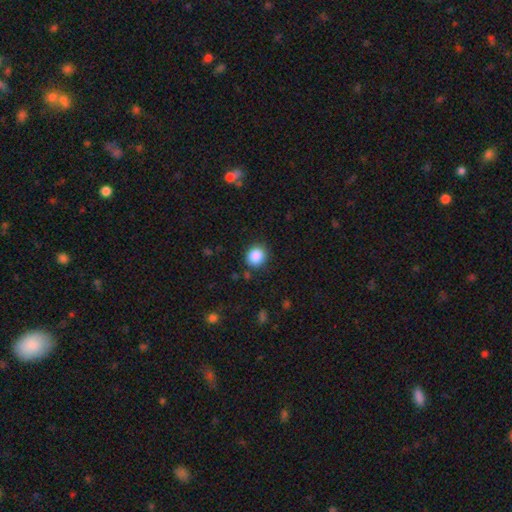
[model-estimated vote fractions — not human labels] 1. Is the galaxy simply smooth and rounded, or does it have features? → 87% smooth, 10% star or artifact, 4% featured or disk.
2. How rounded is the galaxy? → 85% round, 14% in between, 1% cigar-shaped.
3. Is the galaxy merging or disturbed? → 87% none, 9% minor disturbance, 3% major disturbance, 2% merger.